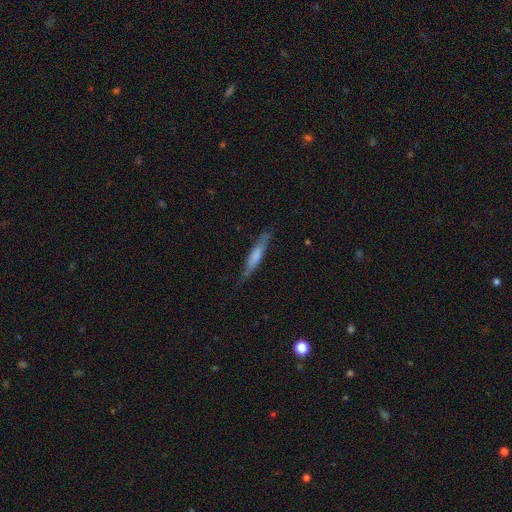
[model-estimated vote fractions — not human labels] A smooth galaxy with no disk features (62%) that is cigar-shaped (89%).

Vote fractions:
- Smooth or featured? smooth: 62% / featured or disk: 32% / star or artifact: 6%
- How rounded? cigar-shaped: 89% / in between: 10% / round: 1%
- Merging? none: 74% / minor disturbance: 20% / major disturbance: 4% / merger: 2%